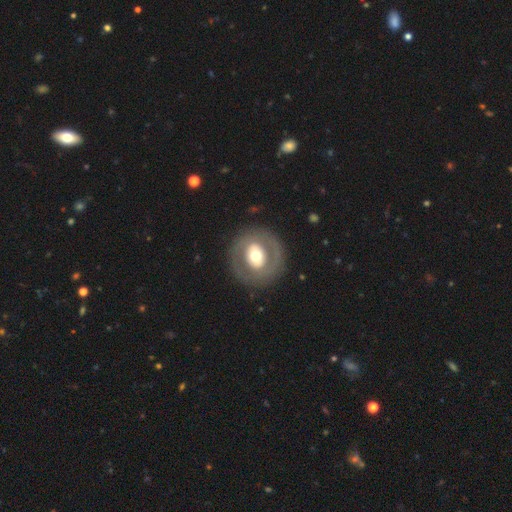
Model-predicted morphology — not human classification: A featured or disk galaxy (52%). Merging: none (83%).